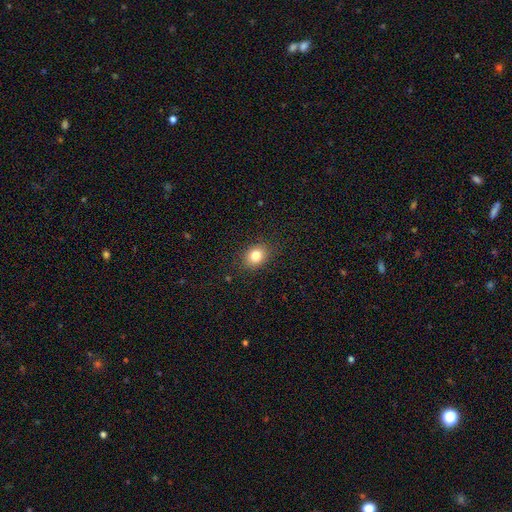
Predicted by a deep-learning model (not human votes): Smooth or featured? Predicted: smooth (p=0.82). How rounded? Predicted: round (p=0.54). Merging? Predicted: none (p=0.87).